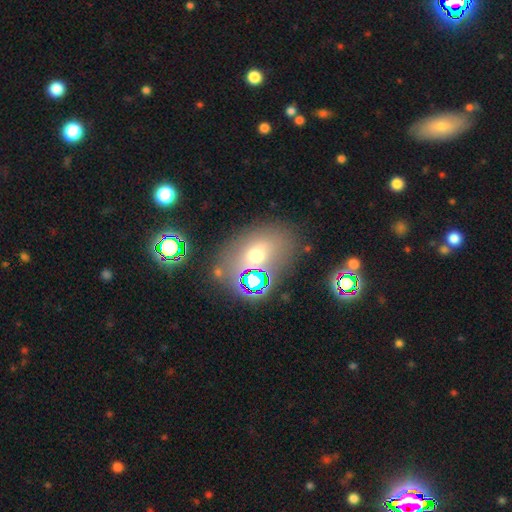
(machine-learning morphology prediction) Smooth or featured: smooth — 56% (star or artifact — 23%)
How rounded: in between — 70% (round — 28%)
Merging: none — 67% (minor disturbance — 15%)